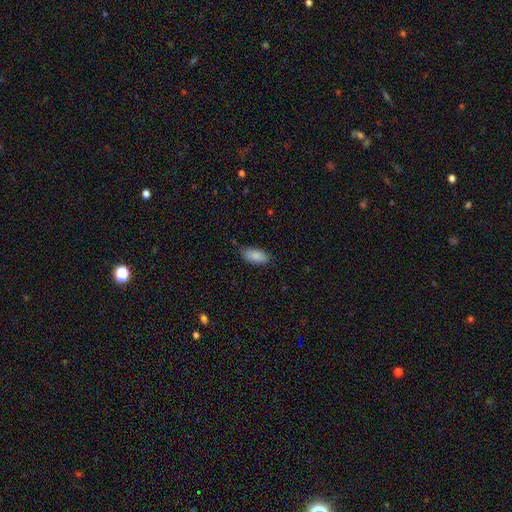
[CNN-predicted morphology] Smooth or featured? Predicted: smooth (p=0.87). How rounded? Predicted: in between (p=0.89). Merging? Predicted: none (p=0.82).